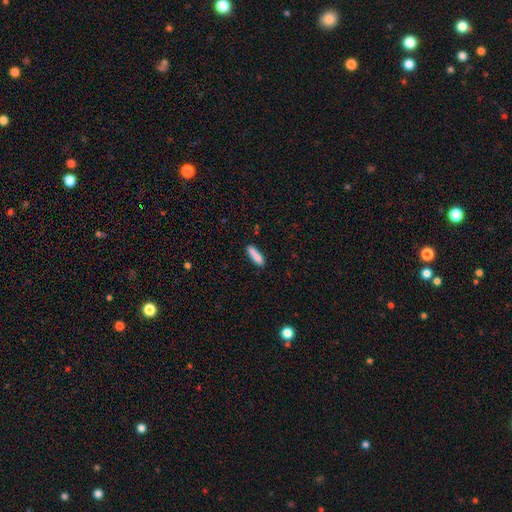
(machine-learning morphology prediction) A smooth galaxy with no disk features (84%) that is cigar-shaped (61%). Merging: none (72%).